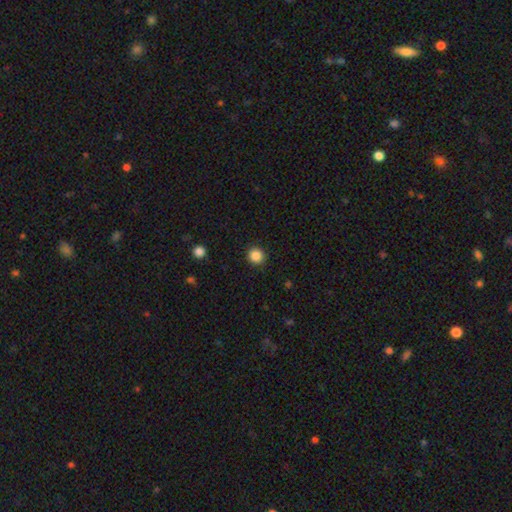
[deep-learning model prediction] Smooth or featured? Predicted: smooth (p=0.86). How rounded? Predicted: round (p=0.92). Merging? Predicted: none (p=0.91).